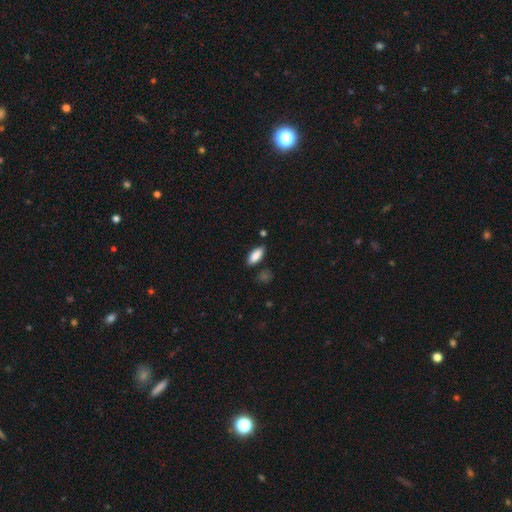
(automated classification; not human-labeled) Smooth or featured? Predicted: smooth (p=0.87). How rounded? Predicted: in between (p=0.81). Merging? Predicted: none (p=0.79).